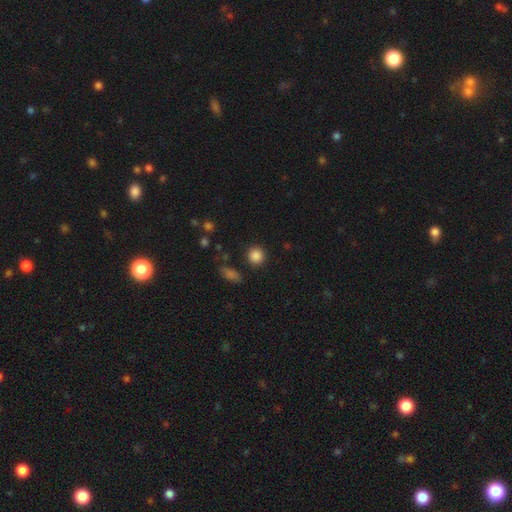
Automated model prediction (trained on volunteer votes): Smooth or featured? smooth (86%)
How rounded? round (91%)
Merging? none (89%)